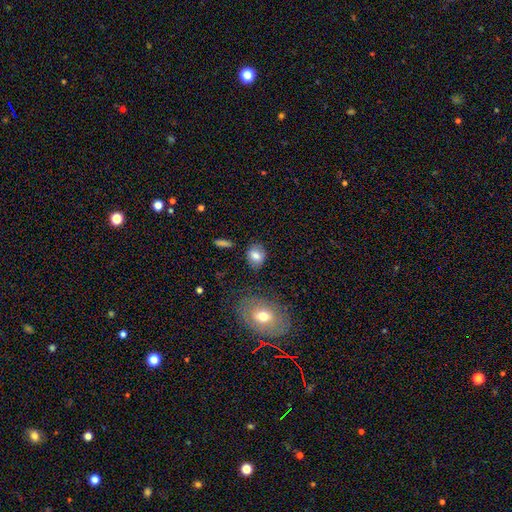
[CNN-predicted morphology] type=smooth (78%); roundness=in between (53%); merging=none (81%).